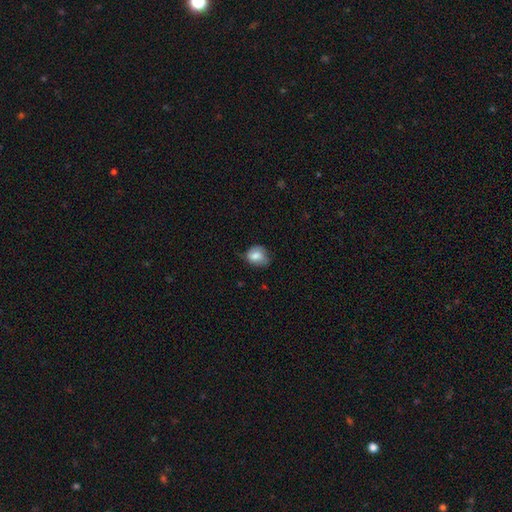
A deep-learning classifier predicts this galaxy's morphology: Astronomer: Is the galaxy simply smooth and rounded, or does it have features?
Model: smooth — 77%.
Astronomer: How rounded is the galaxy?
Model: round — 57% (runner-up: in between, 42%).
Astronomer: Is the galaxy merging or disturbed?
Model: none — 56% (runner-up: minor disturbance, 33%).